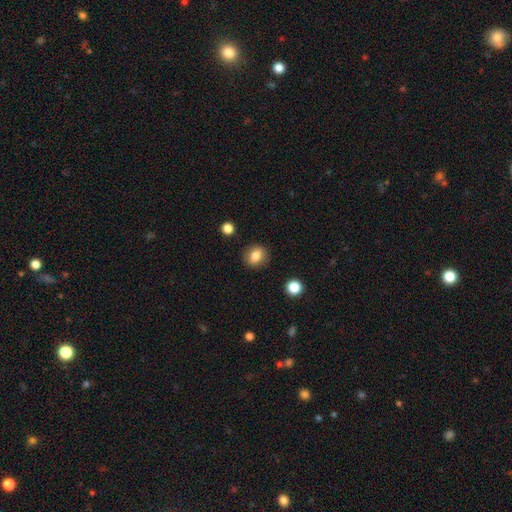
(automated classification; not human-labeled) Smooth or featured? Predicted: smooth (p=0.81). How rounded? Predicted: round (p=0.61). Merging? Predicted: none (p=0.88).